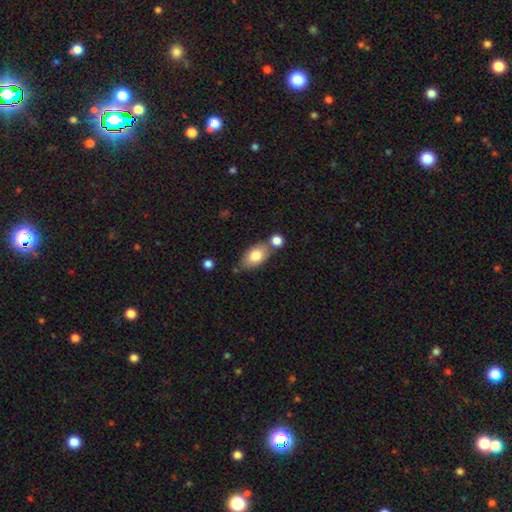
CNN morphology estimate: Q: Smooth or featured?
A: smooth (77%); runner-up: featured or disk (16%)
Q: How rounded?
A: in between (89%); runner-up: round (8%)
Q: Merging?
A: none (57%); runner-up: merger (24%)